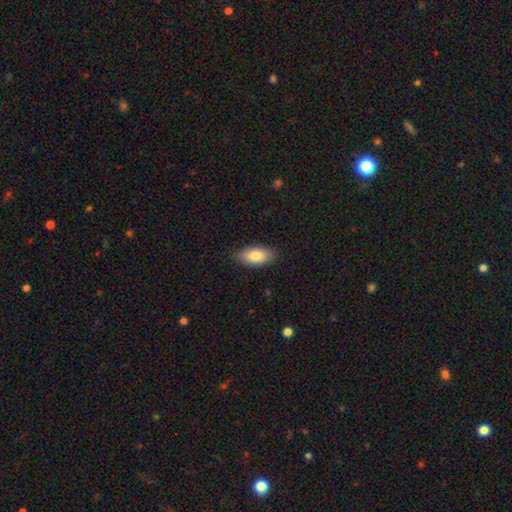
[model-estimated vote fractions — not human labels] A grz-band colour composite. It shows a smooth galaxy with no disk features (82%) that is in between round and cigar-shaped (91%). Merging: none (85%).